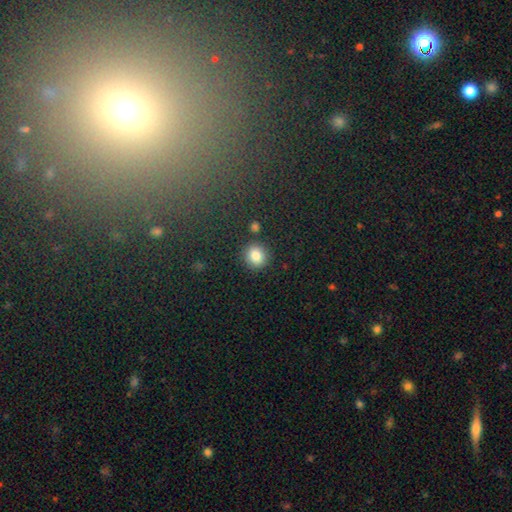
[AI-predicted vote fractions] Smooth or featured?
  - smooth: 84% *
  - star or artifact: 10%
  - featured or disk: 6%
How rounded?
  - round: 83% *
  - in between: 16%
  - cigar-shaped: 1%
Merging?
  - none: 86% *
  - minor disturbance: 8%
  - merger: 4%
  - major disturbance: 3%